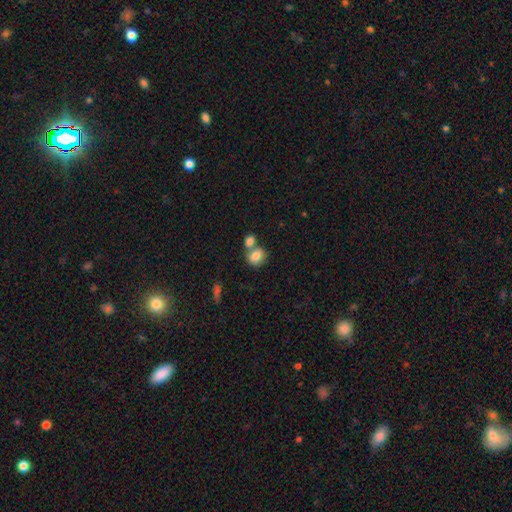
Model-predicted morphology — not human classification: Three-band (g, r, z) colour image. It shows a smooth galaxy with no disk features (83%) that is round (55%). Merging: merger (48%).